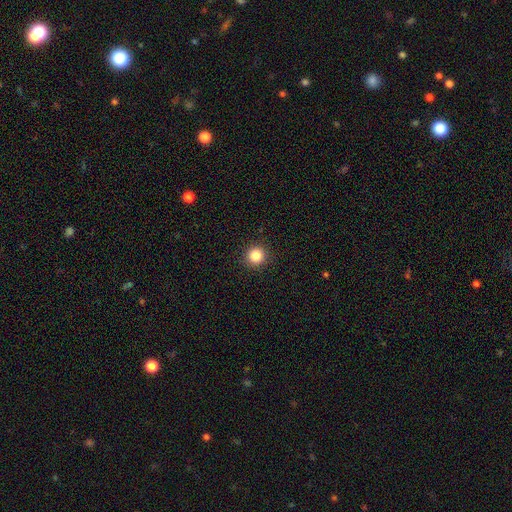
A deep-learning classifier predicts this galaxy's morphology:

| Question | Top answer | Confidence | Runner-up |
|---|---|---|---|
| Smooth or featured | smooth | 85% | star or artifact (11%) |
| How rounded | round | 94% | in between (5%) |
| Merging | none | 92% | minor disturbance (5%) |